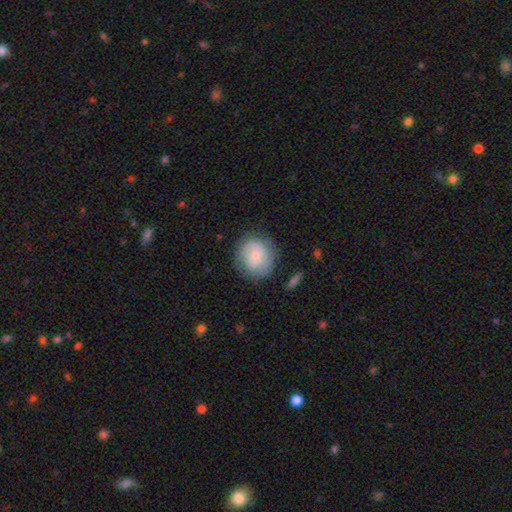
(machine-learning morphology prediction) Smooth or featured? Predicted: smooth (p=0.63). How rounded? Predicted: round (p=0.86). Merging? Predicted: none (p=0.74).